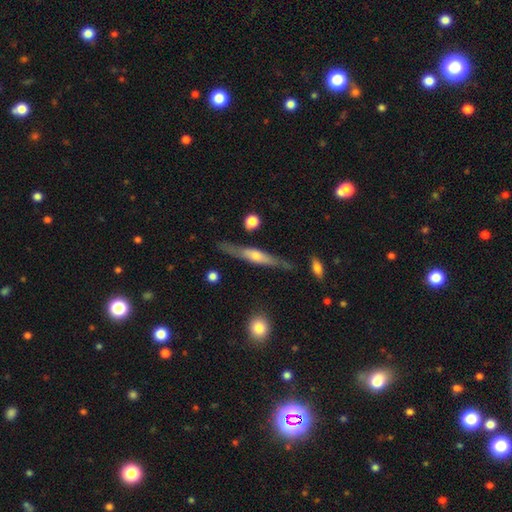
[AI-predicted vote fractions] smooth_or_featured: featured or disk (p=0.66) [alt: smooth p=0.28]
disk_edge_on: yes (p=0.91) [alt: no p=0.09]
edge_on_bulge: rounded (p=0.75) [alt: none p=0.13]
merging: none (p=0.79) [alt: minor disturbance p=0.14]